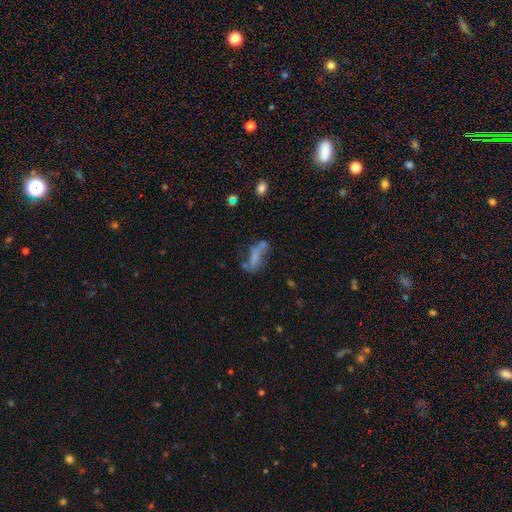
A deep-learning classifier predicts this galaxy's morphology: Smooth or featured?
  - smooth: 46% *
  - featured or disk: 37%
  - star or artifact: 16%
Merging?
  - none: 36% *
  - merger: 22%
  - major disturbance: 22%
  - minor disturbance: 20%